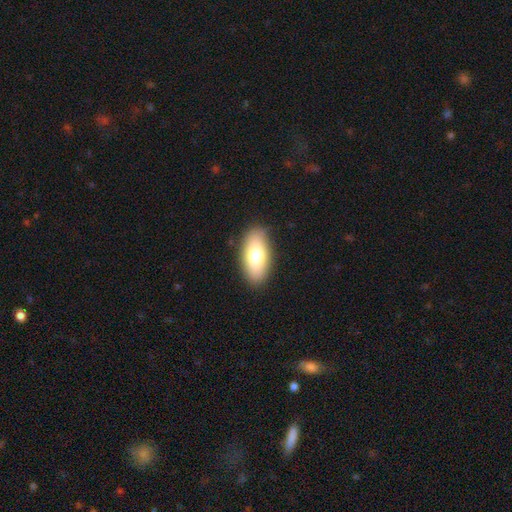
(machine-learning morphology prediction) smooth 75%, featured or disk 18%, star or artifact 7%. Down the decision tree: how rounded — in between (90%); merging — none (88%).